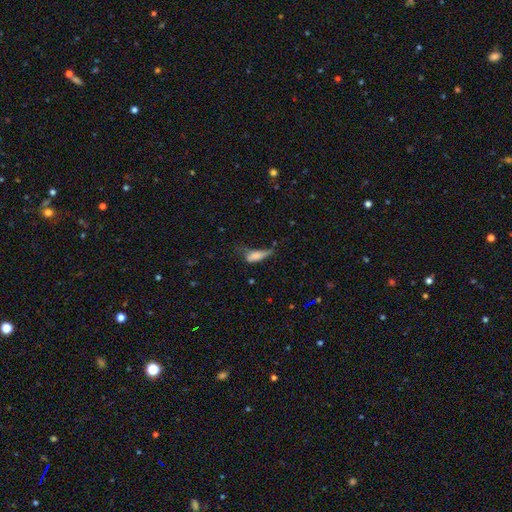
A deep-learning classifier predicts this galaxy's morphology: Smooth or featured? smooth (68%)
How rounded? in between (67%)
Merging? major disturbance (38%)